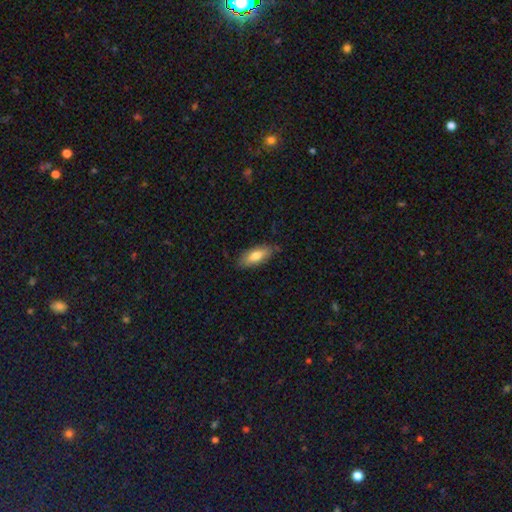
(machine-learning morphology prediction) smooth_or_featured: smooth (p=0.72) [alt: featured or disk p=0.22]
how_rounded: in between (p=0.76) [alt: cigar-shaped p=0.21]
merging: none (p=0.77) [alt: minor disturbance p=0.19]